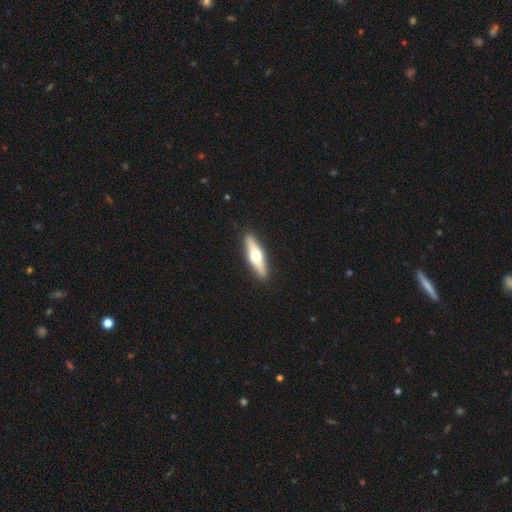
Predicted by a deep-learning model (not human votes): Overall: featured or disk (55%; smooth 40%). Edge-on disk: yes (93%). Edge-on bulge: rounded (95%). Merging: none (91%).